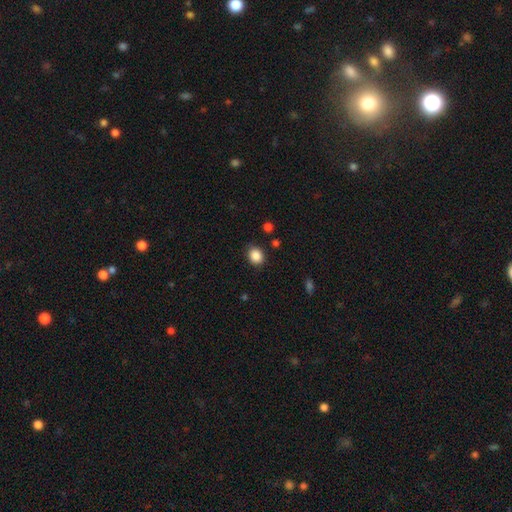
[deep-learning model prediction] A smooth galaxy with no disk features (87%) that is round (63%).

Vote fractions:
- Smooth or featured? smooth: 87% / star or artifact: 10% / featured or disk: 3%
- How rounded? round: 63% / in between: 37% / cigar-shaped: 1%
- Merging? none: 85% / minor disturbance: 10% / major disturbance: 3% / merger: 2%